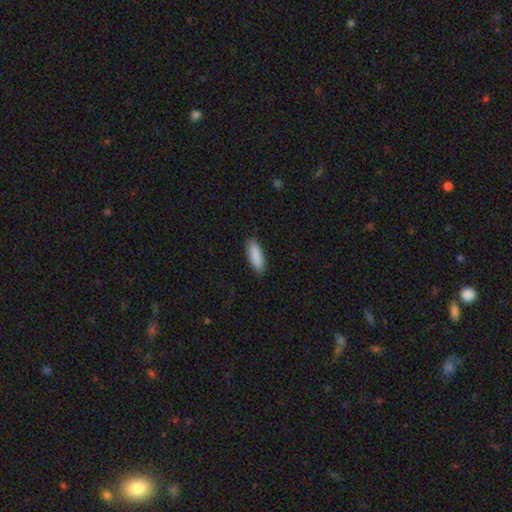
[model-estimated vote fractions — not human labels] Smooth or featured? Predicted: smooth (p=0.90). How rounded? Predicted: in between (p=0.57). Merging? Predicted: none (p=0.89).